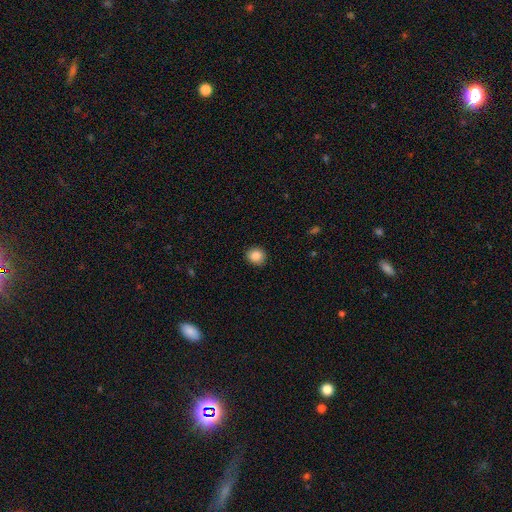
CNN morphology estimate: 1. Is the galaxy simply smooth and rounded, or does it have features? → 87% smooth, 9% star or artifact, 4% featured or disk.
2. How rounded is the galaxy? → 83% round, 16% in between, 1% cigar-shaped.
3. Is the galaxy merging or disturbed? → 91% none, 6% minor disturbance, 2% major disturbance, 1% merger.